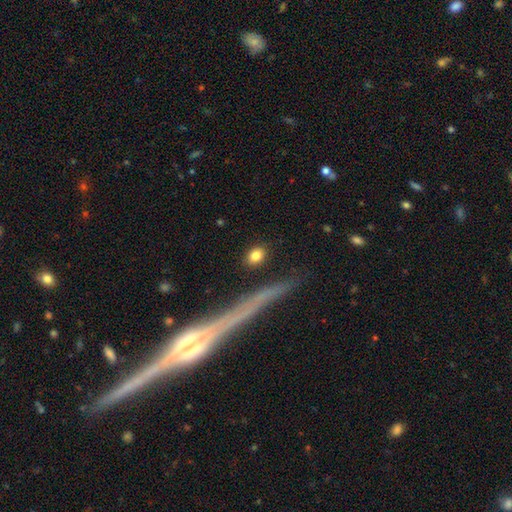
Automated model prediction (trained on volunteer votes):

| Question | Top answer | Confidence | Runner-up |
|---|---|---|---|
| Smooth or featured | smooth | 82% | featured or disk (10%) |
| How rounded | in between | 55% | round (41%) |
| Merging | none | 87% | minor disturbance (8%) |